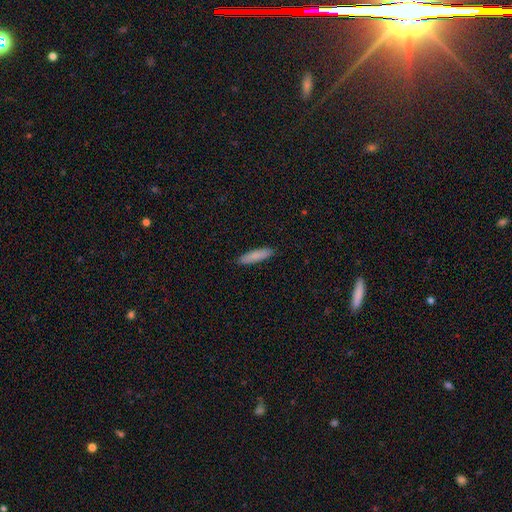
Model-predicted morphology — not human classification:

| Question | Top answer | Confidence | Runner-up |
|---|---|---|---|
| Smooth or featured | smooth | 84% | featured or disk (10%) |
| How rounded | cigar-shaped | 78% | in between (21%) |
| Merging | none | 91% | minor disturbance (7%) |